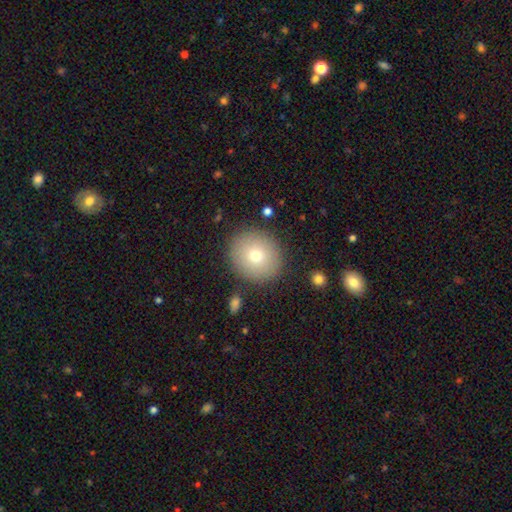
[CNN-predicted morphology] A smooth galaxy with no disk features (73%) that is round (84%).

Vote fractions:
- Smooth or featured? smooth: 73% / featured or disk: 16% / star or artifact: 11%
- How rounded? round: 84% / in between: 15% / cigar-shaped: 1%
- Merging? none: 88% / minor disturbance: 8% / major disturbance: 3% / merger: 2%